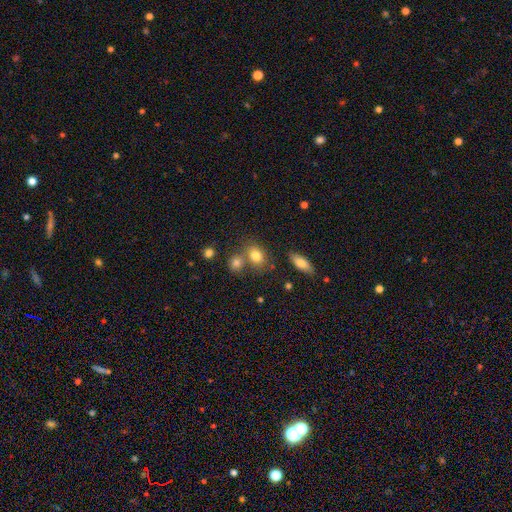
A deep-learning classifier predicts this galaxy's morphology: Smooth or featured: smooth — 79% (star or artifact — 11%)
How rounded: in between — 60% (round — 38%)
Merging: none — 55% (merger — 28%)